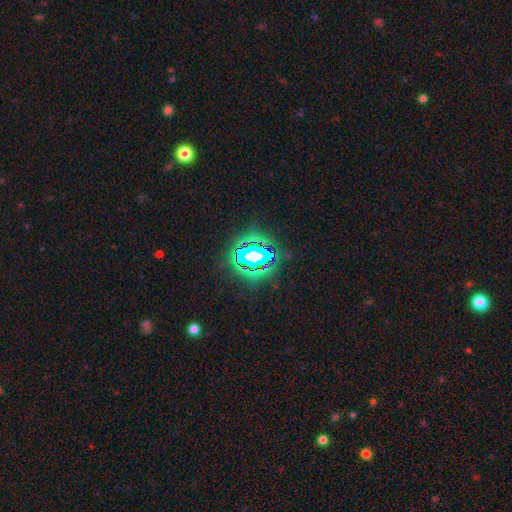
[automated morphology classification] A star or artifact, not a galaxy (72%).